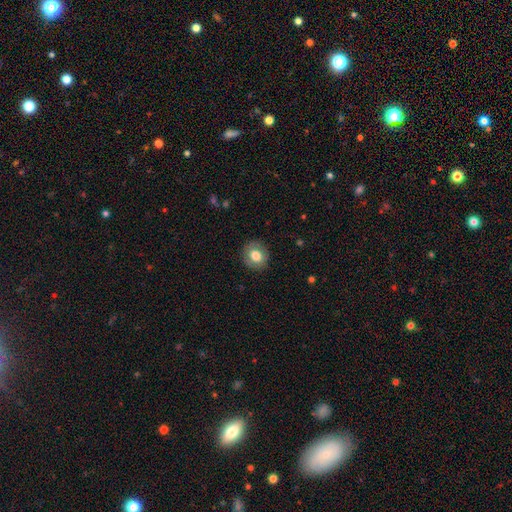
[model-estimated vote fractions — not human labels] smooth 76%, featured or disk 16%, star or artifact 8%. Down the decision tree: how rounded — round (80%); merging — none (87%).